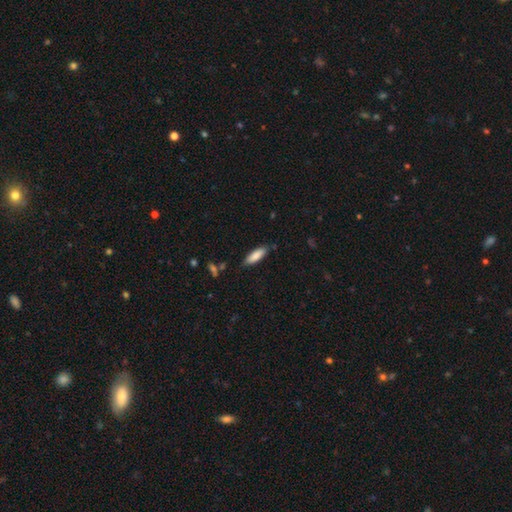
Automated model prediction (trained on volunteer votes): Morphology: type=smooth (85%); roundness=in between (52%); merging=none (82%).